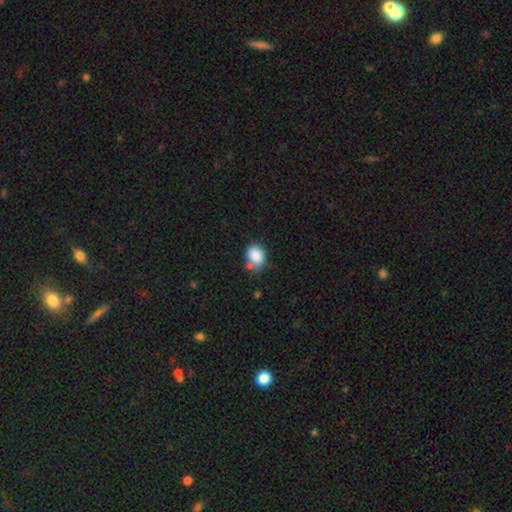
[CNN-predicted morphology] Smooth or featured? Predicted: smooth (p=0.85). How rounded? Predicted: in between (p=0.62). Merging? Predicted: none (p=0.60).